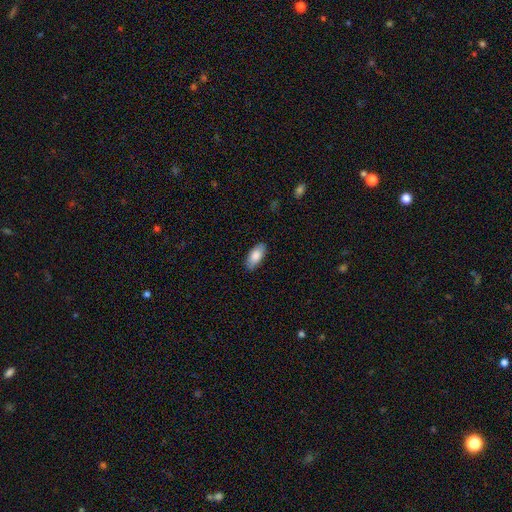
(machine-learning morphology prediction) type=smooth (84%); roundness=in between (90%); merging=none (87%).